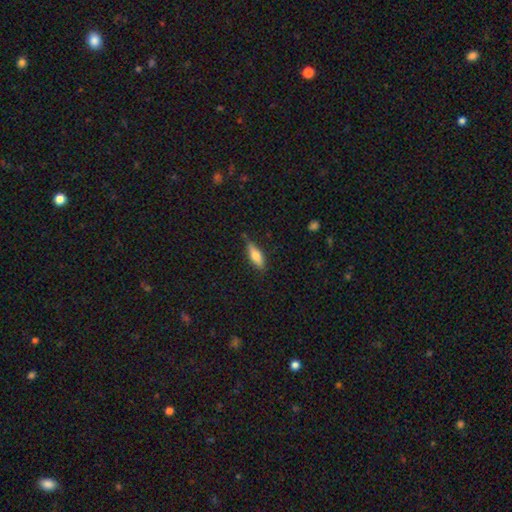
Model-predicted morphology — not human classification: Smooth or featured?
  - smooth: 66% *
  - featured or disk: 27%
  - star or artifact: 7%
How rounded?
  - in between: 50% *
  - cigar-shaped: 47%
  - round: 2%
Merging?
  - none: 75% *
  - minor disturbance: 19%
  - major disturbance: 4%
  - merger: 2%